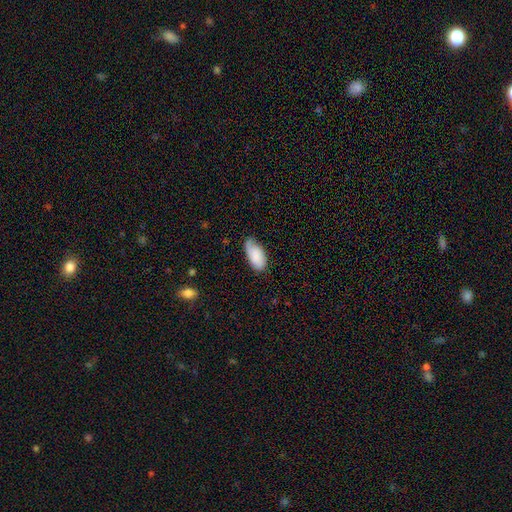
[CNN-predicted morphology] Overall: smooth (79%). How rounded: in between (94%). Merging: none (57%; minor disturbance 34%).